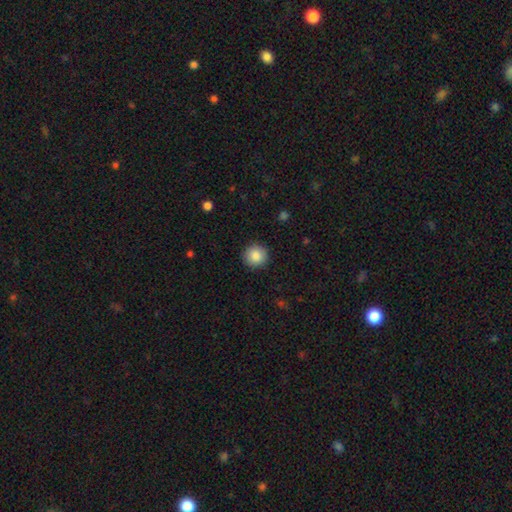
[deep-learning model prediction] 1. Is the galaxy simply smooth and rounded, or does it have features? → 87% smooth, 8% star or artifact, 5% featured or disk.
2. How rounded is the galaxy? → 94% round, 5% in between, 1% cigar-shaped.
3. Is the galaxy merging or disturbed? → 91% none, 6% minor disturbance, 2% major disturbance, 1% merger.